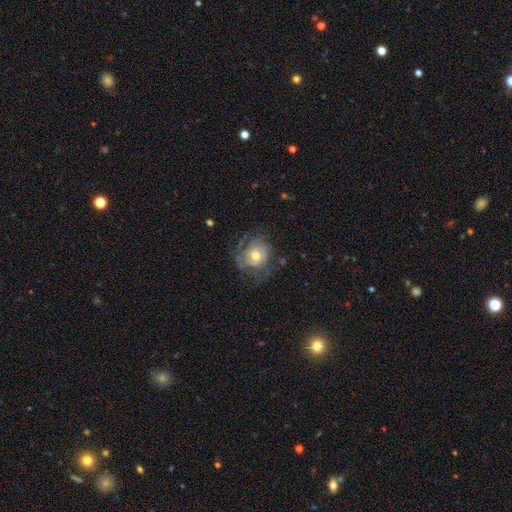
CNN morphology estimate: Overall: featured or disk (65%; smooth 26%). Edge-on disk: no (97%). Bar: no (78%). Spiral arms: yes (80%). Spiral arm count: can't tell (44%; 2 24%). Spiral winding: tight (53%; medium 33%). Bulge size: moderate (67%). Merging: none (59%; minor disturbance 22%).